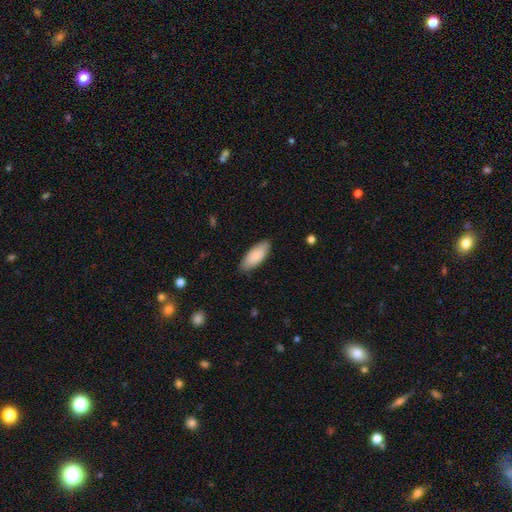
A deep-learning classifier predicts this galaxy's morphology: A smooth galaxy with no disk features (86%) that is in between round and cigar-shaped (83%).

Vote fractions:
- Smooth or featured? smooth: 86% / featured or disk: 9% / star or artifact: 5%
- How rounded? in between: 83% / cigar-shaped: 16% / round: 2%
- Merging? none: 84% / minor disturbance: 13% / major disturbance: 2% / merger: 1%